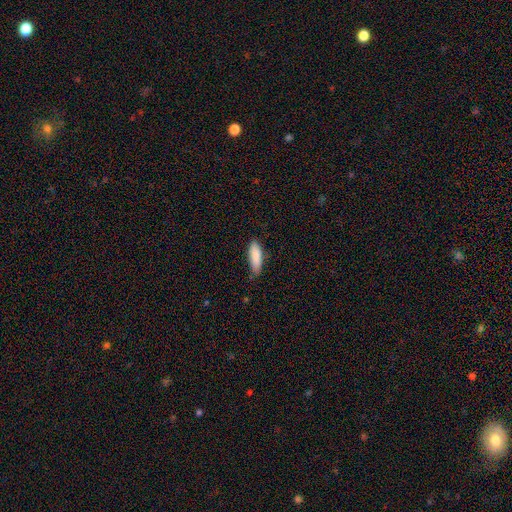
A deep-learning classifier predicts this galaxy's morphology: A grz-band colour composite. It shows a smooth galaxy with no disk features (86%) that is in between round and cigar-shaped (56%). Merging: none (69%).